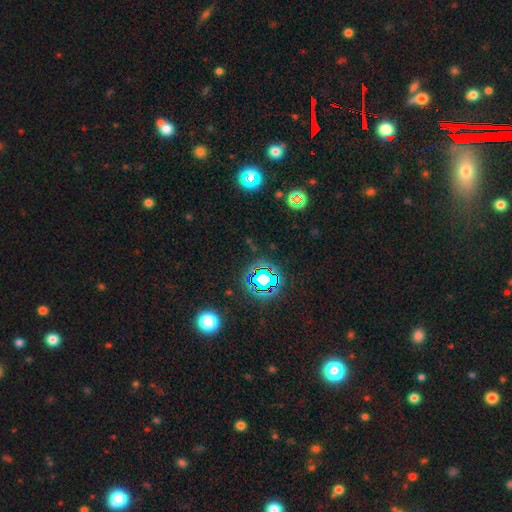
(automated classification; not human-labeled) This appears to be a star or artifact, not a galaxy (76%).